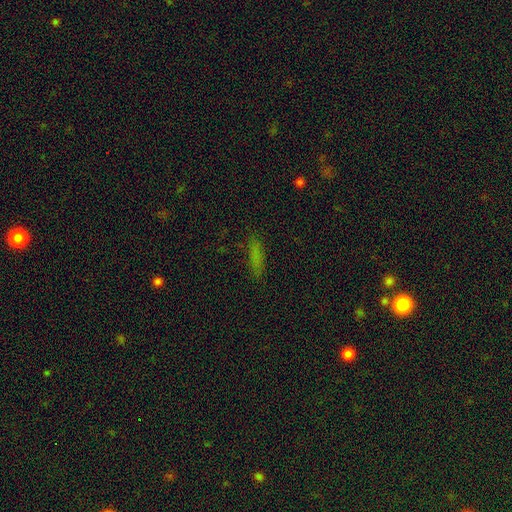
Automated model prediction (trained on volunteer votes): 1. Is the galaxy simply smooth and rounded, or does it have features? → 70% smooth, 17% star or artifact, 12% featured or disk.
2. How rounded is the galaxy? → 73% cigar-shaped, 24% in between, 3% round.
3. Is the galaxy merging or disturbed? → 81% none, 13% minor disturbance, 4% major disturbance, 2% merger.